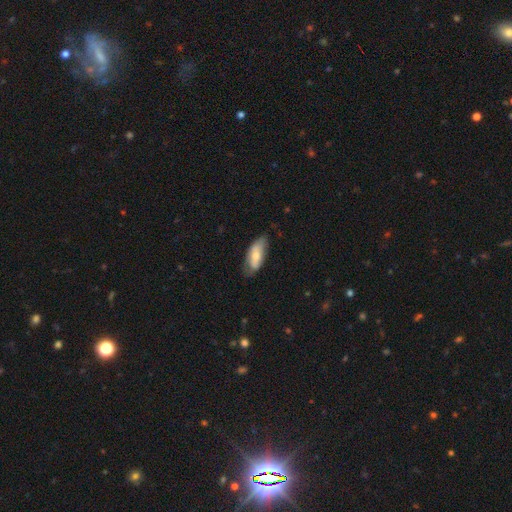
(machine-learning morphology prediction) smooth_or_featured: smooth (p=0.64) [alt: featured or disk p=0.30]
how_rounded: in between (p=0.82) [alt: cigar-shaped p=0.16]
merging: none (p=0.62) [alt: minor disturbance p=0.29]